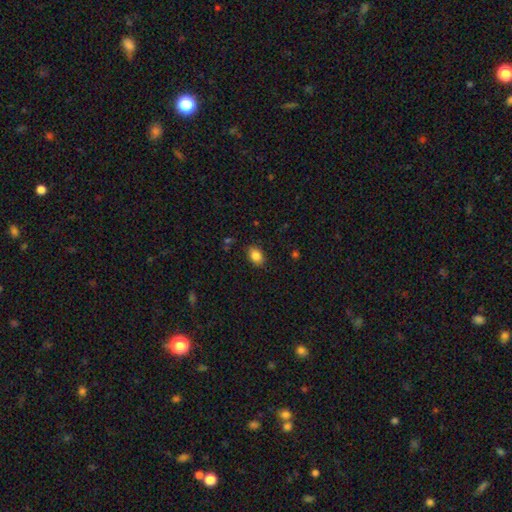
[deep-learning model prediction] This is clearly a smooth galaxy (86%). How rounded: clearly in between (81%). Merging: clearly none (85%).